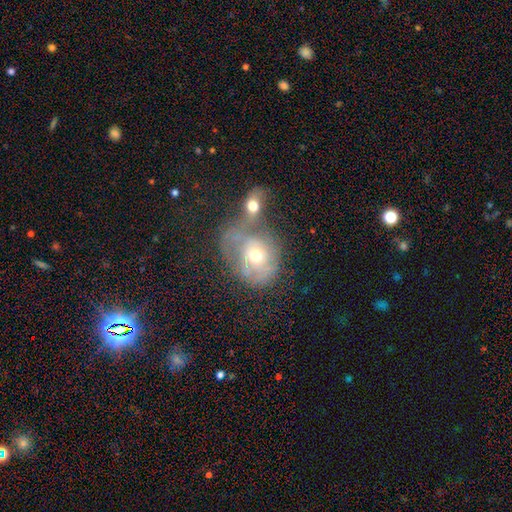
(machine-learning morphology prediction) A featured or disk galaxy (48%).

Vote fractions:
- Smooth or featured? featured or disk: 48% / smooth: 42% / star or artifact: 10%
- Merging? merger: 55% / major disturbance: 17% / none: 17% / minor disturbance: 11%